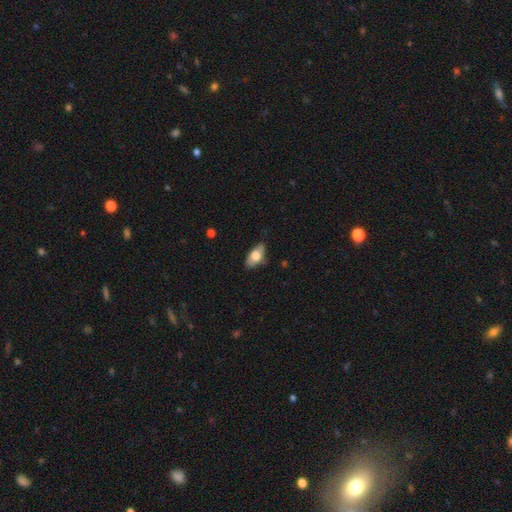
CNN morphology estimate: The model was most divided on "smooth or featured": smooth: 67%, featured or disk: 26%, star or artifact: 7%. More confident: how rounded — in between (90%); merging — none (75%).